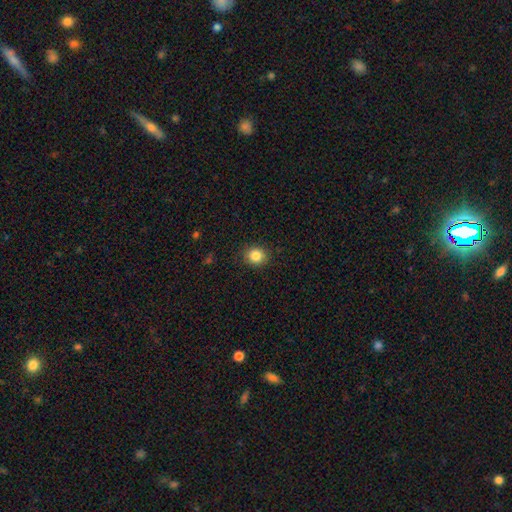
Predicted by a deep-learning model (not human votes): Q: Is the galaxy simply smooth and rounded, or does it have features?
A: smooth — 85%.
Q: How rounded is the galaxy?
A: round — 80%.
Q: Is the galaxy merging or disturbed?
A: none — 89%.